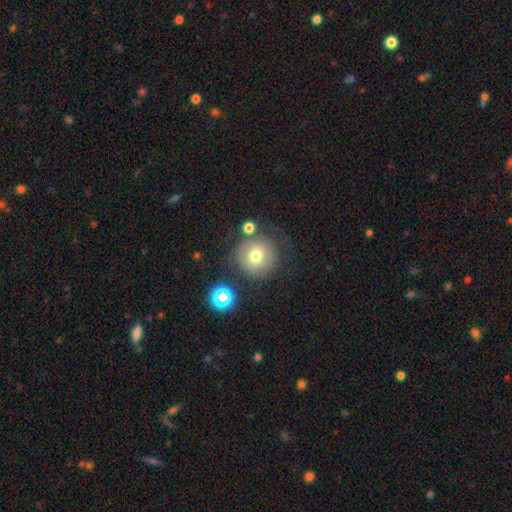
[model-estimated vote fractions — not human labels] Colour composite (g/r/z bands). It shows a smooth galaxy with no disk features (68%) that is round (93%). Merging: none (68%).